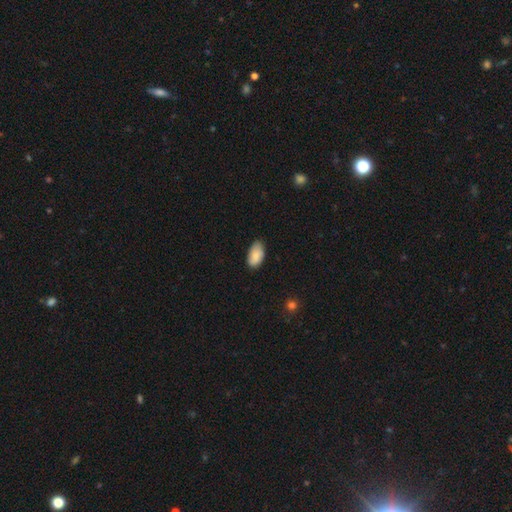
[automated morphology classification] The model was most divided on "merging": none: 71%, minor disturbance: 24%, major disturbance: 3%, merger: 1%. More confident: how rounded — in between (95%); smooth or featured — smooth (86%).